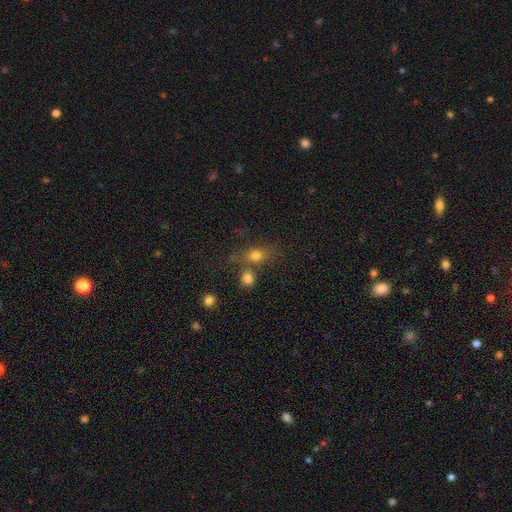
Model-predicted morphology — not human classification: smooth 74%, star or artifact 14%, featured or disk 12%. Down the decision tree: how rounded — in between (53%); merging — none (55%).